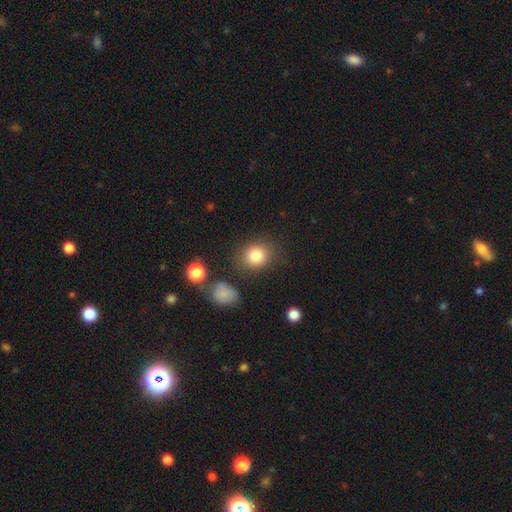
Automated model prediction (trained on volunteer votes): This is clearly a smooth galaxy (82%). How rounded: likely round (70%). Merging: likely none (80%).